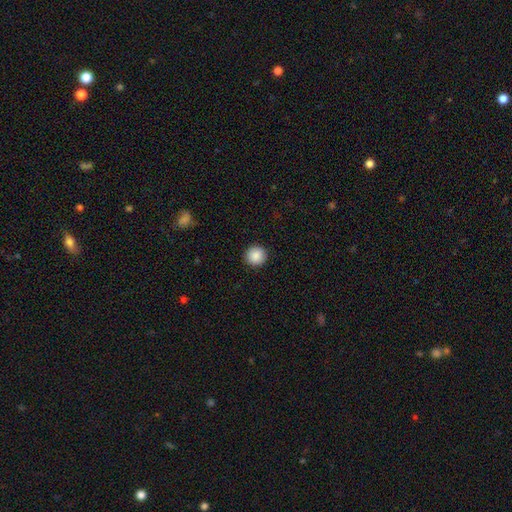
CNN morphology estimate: A smooth galaxy with no disk features (89%) that is round (94%).

Vote fractions:
- Smooth or featured? smooth: 89% / star or artifact: 8% / featured or disk: 3%
- How rounded? round: 94% / in between: 5% / cigar-shaped: 1%
- Merging? none: 92% / minor disturbance: 5% / major disturbance: 2% / merger: 1%